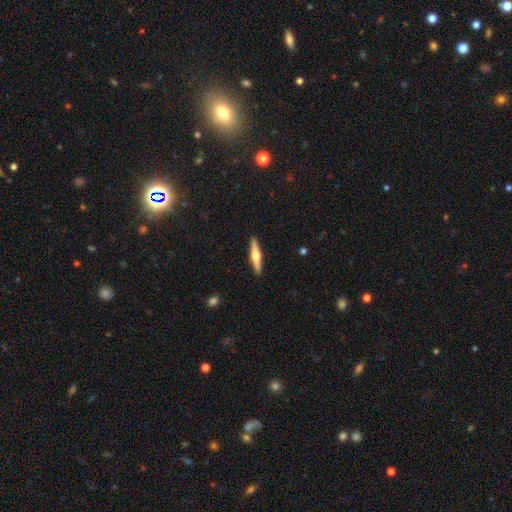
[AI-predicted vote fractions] featured or disk 64%, smooth 31%, star or artifact 5%. Down the decision tree: edge-on disk — yes (97%); edge-on bulge — rounded (94%); merging — none (92%).